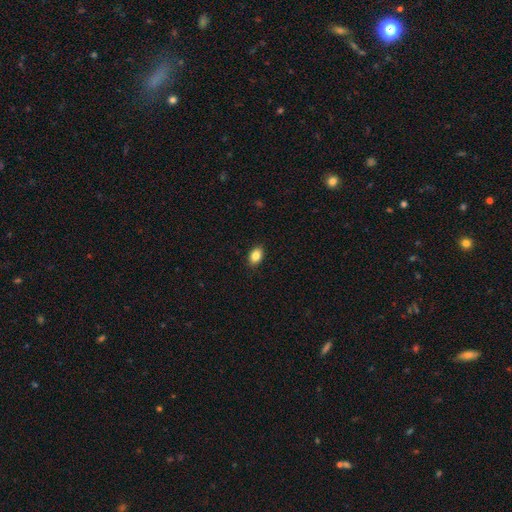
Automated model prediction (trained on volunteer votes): Smooth or featured? Predicted: smooth (p=0.86). How rounded? Predicted: in between (p=0.84). Merging? Predicted: none (p=0.89).